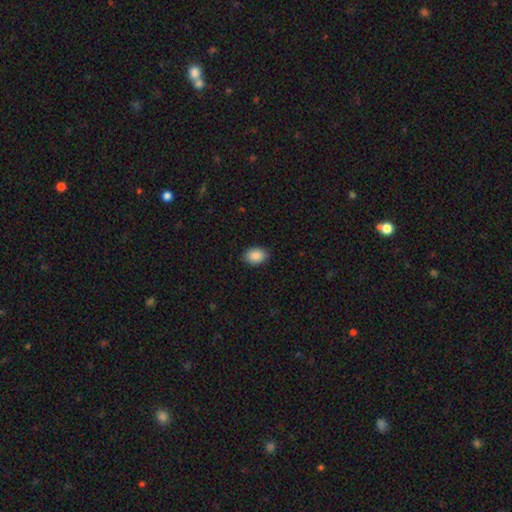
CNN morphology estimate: This appears to be a smooth galaxy with no disk features (89%) that is in between round and cigar-shaped (82%). Merging: none (88%).